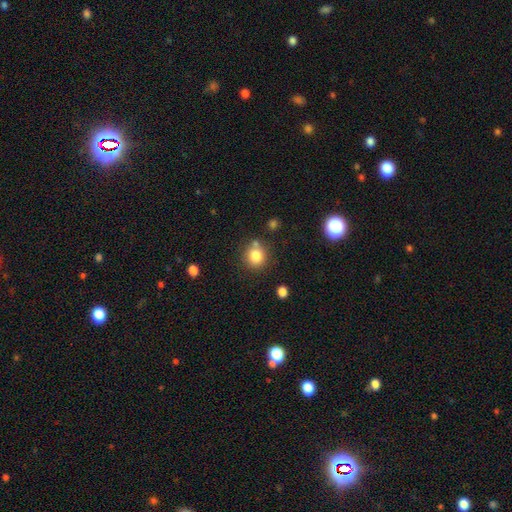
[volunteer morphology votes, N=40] smooth 90%, featured or disk 5%, star or artifact 5%. Down the decision tree: how rounded — round (89%); merging — none (61%).